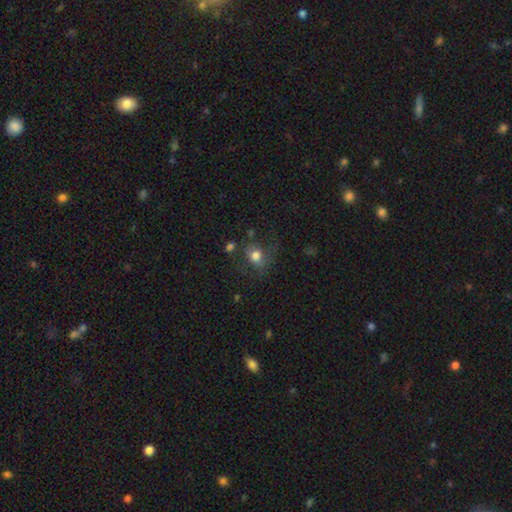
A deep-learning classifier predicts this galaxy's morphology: A smooth galaxy with no disk features (72%) that is round (58%).

Vote fractions:
- Smooth or featured? smooth: 72% / featured or disk: 17% / star or artifact: 11%
- How rounded? round: 58% / in between: 41% / cigar-shaped: 1%
- Merging? none: 51% / minor disturbance: 23% / major disturbance: 21% / merger: 5%